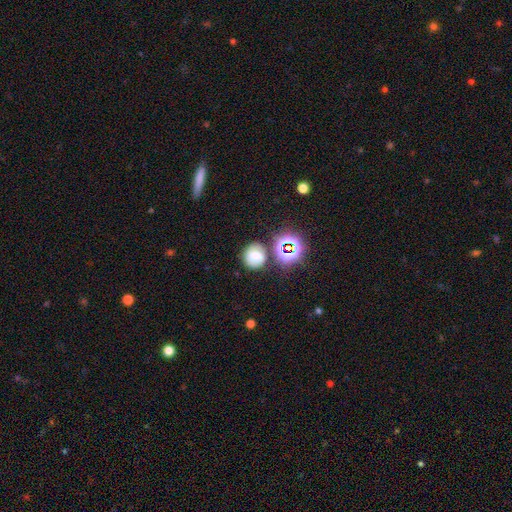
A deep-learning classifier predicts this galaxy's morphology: This is likely a smooth galaxy (65%). How rounded: clearly round (84%). Merging: likely none (74%).